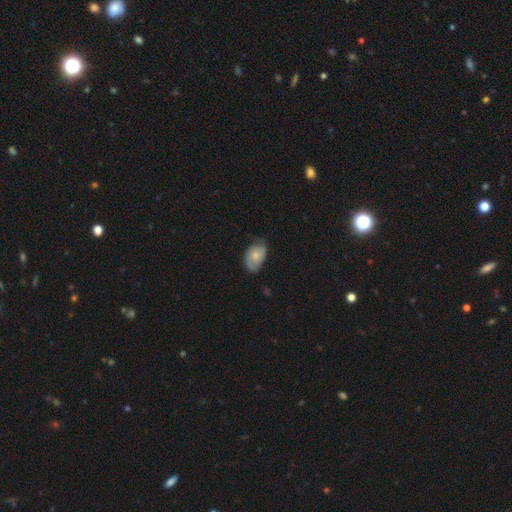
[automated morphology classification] smooth_or_featured: smooth (p=0.51) [alt: featured or disk p=0.42]
how_rounded: in between (p=0.83) [alt: round p=0.16]
merging: none (p=0.54) [alt: minor disturbance p=0.34]